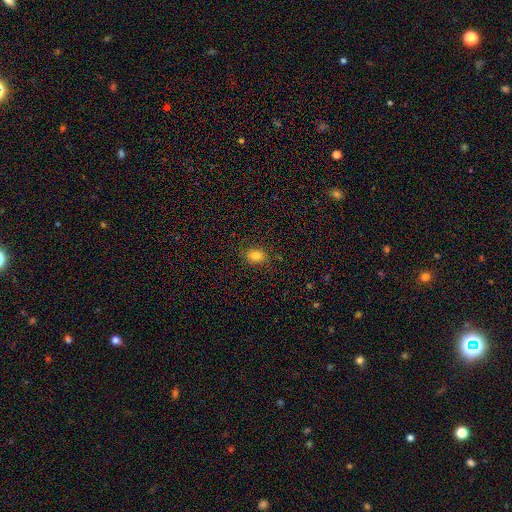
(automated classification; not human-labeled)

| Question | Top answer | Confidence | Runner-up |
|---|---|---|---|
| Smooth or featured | smooth | 82% | star or artifact (11%) |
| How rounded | in between | 71% | round (28%) |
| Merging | none | 85% | minor disturbance (11%) |